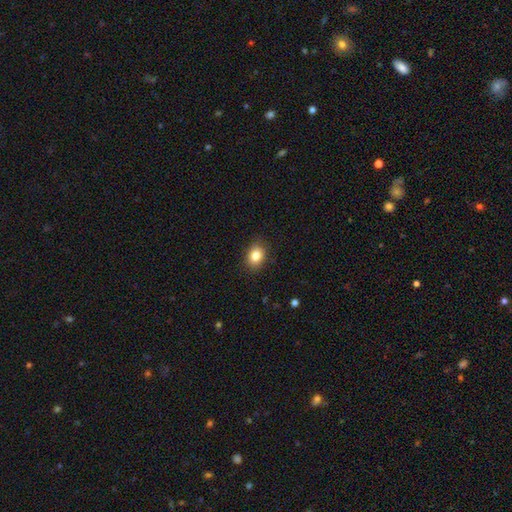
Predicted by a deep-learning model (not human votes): Smooth or featured? Predicted: smooth (p=0.84). How rounded? Predicted: in between (p=0.61). Merging? Predicted: none (p=0.87).